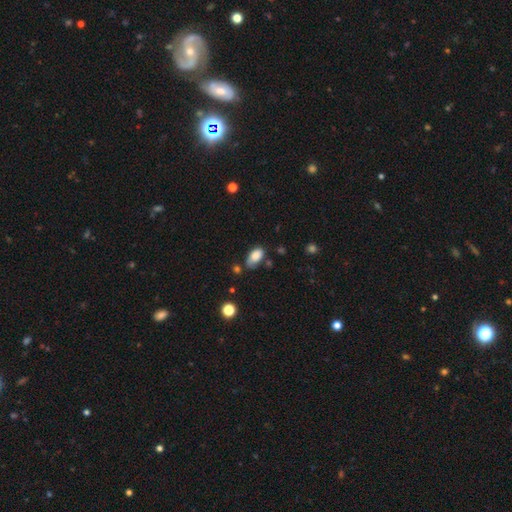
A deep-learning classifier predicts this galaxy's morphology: Smooth or featured? smooth (81%)
How rounded? in between (93%)
Merging? none (52%)